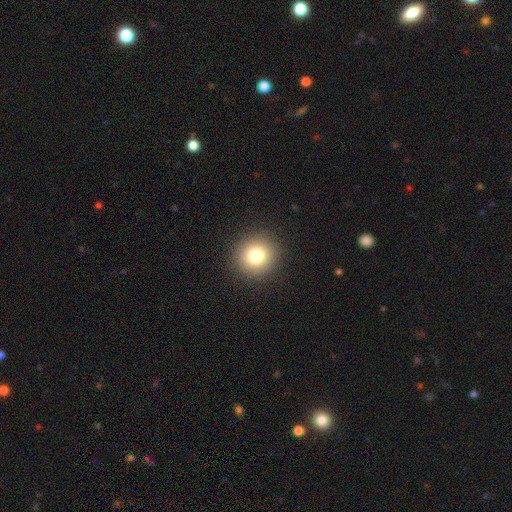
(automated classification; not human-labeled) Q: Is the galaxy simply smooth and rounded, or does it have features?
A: smooth — 78%.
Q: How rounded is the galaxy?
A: round — 93%.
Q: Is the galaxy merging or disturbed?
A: none — 92%.